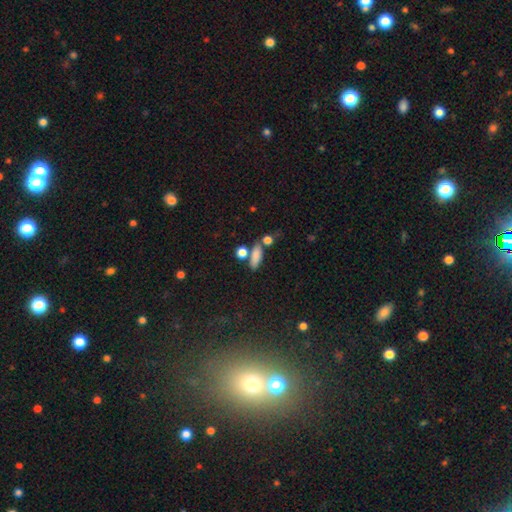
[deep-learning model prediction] smooth 79%, star or artifact 12%, featured or disk 10%. Down the decision tree: how rounded — in between (53%); merging — none (62%).